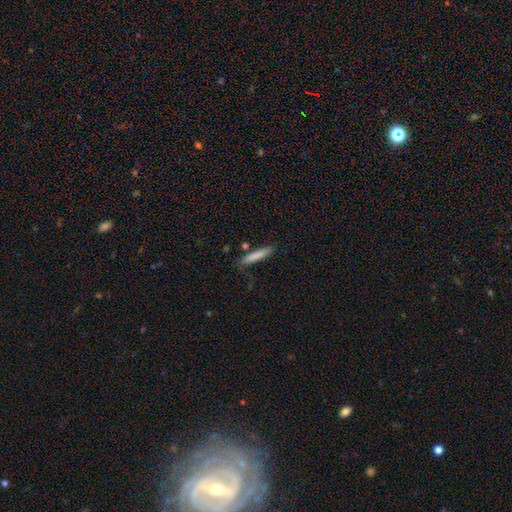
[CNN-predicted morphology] A smooth galaxy with no disk features (81%) that is cigar-shaped (91%). Merging: none (81%).